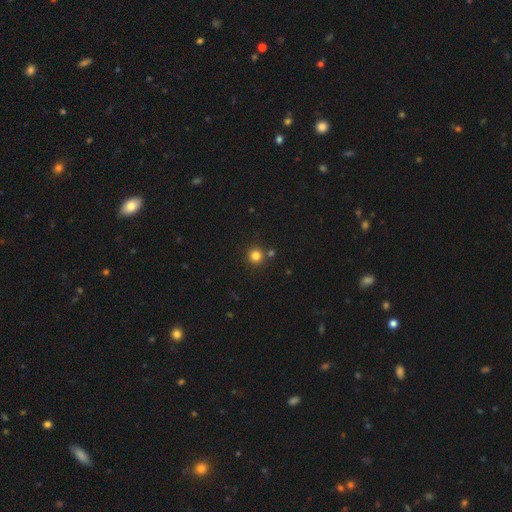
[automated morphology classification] A smooth galaxy with no disk features (82%) that is round (94%). Merging: none (83%).